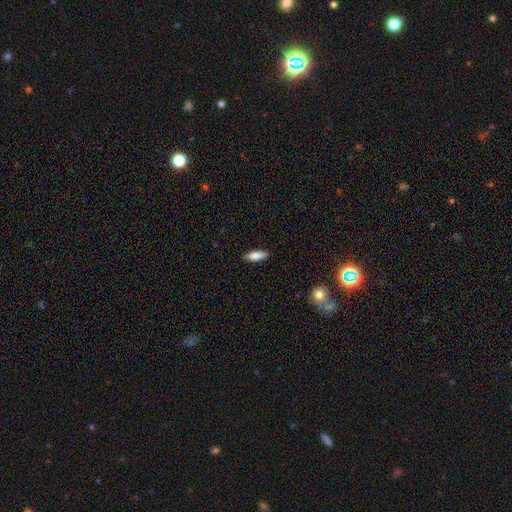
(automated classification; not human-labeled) A smooth galaxy with no disk features (83%) that is in between round and cigar-shaped (55%).

Vote fractions:
- Smooth or featured? smooth: 83% / featured or disk: 11% / star or artifact: 6%
- How rounded? in between: 55% / cigar-shaped: 43% / round: 2%
- Merging? none: 87% / minor disturbance: 10% / major disturbance: 2% / merger: 1%